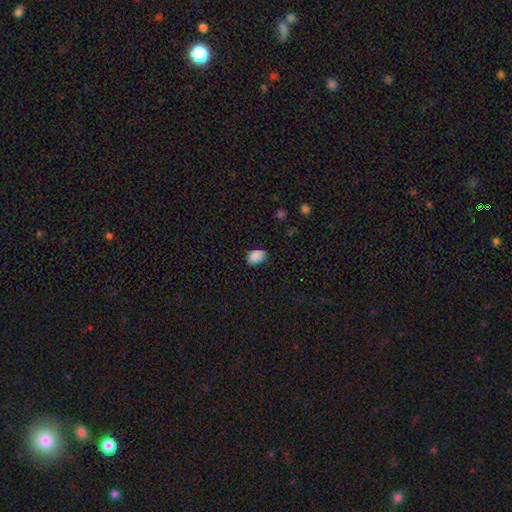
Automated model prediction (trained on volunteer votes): A smooth galaxy with no disk features (87%) that is in between round and cigar-shaped (84%).

Vote fractions:
- Smooth or featured? smooth: 87% / star or artifact: 9% / featured or disk: 4%
- How rounded? in between: 84% / round: 14% / cigar-shaped: 1%
- Merging? none: 74% / minor disturbance: 22% / major disturbance: 4% / merger: 1%